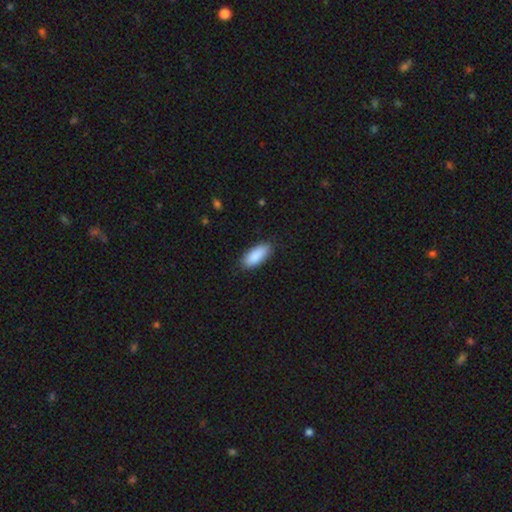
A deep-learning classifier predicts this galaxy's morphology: Smooth or featured? Predicted: smooth (p=0.90). How rounded? Predicted: in between (p=0.85). Merging? Predicted: none (p=0.86).